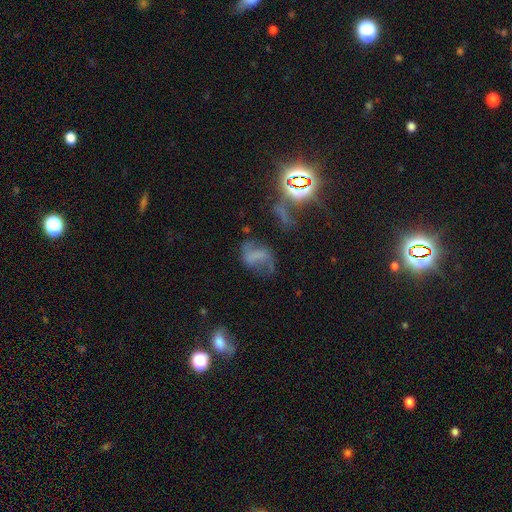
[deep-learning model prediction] smooth_or_featured: featured or disk (p=0.45) [alt: smooth p=0.32]
merging: none (p=0.43) [alt: major disturbance p=0.27]